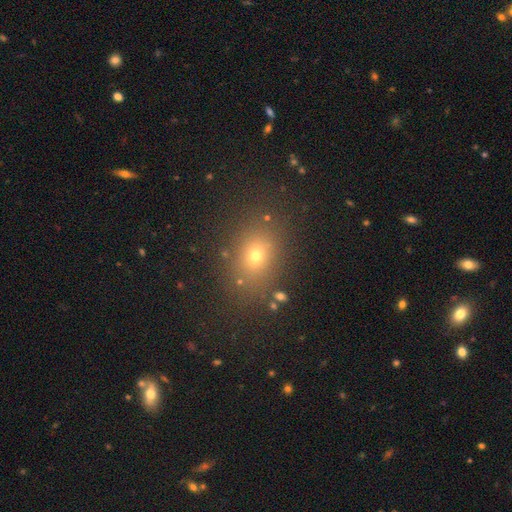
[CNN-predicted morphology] A smooth galaxy with no disk features (68%) that is in between round and cigar-shaped (55%).

Vote fractions:
- Smooth or featured? smooth: 68% / star or artifact: 21% / featured or disk: 11%
- How rounded? in between: 55% / round: 43% / cigar-shaped: 1%
- Merging? none: 83% / minor disturbance: 10% / major disturbance: 4% / merger: 3%